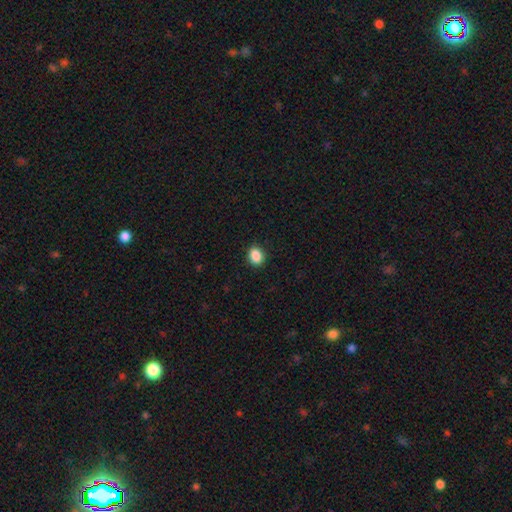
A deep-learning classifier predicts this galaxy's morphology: smooth-or-featured: smooth: 88% | star or artifact: 9% | featured or disk: 3%
  how-rounded: in between: 55% | round: 44% | cigar-shaped: 1%
  merging: none: 89% | minor disturbance: 8% | major disturbance: 2% | merger: 1%